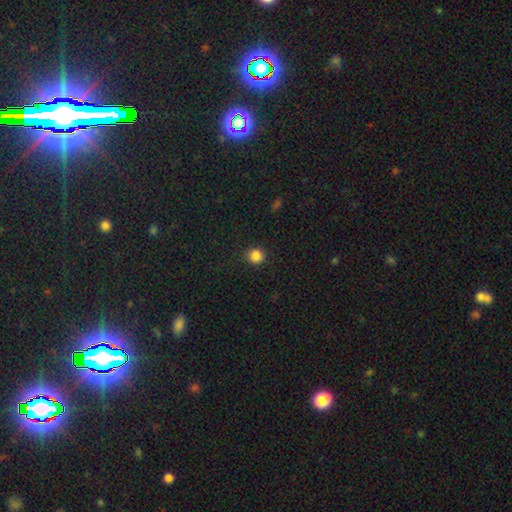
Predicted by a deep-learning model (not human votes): A smooth galaxy with no disk features (85%) that is round (93%).

Vote fractions:
- Smooth or featured? smooth: 85% / star or artifact: 11% / featured or disk: 3%
- How rounded? round: 93% / in between: 6% / cigar-shaped: 1%
- Merging? none: 90% / minor disturbance: 7% / major disturbance: 2% / merger: 1%